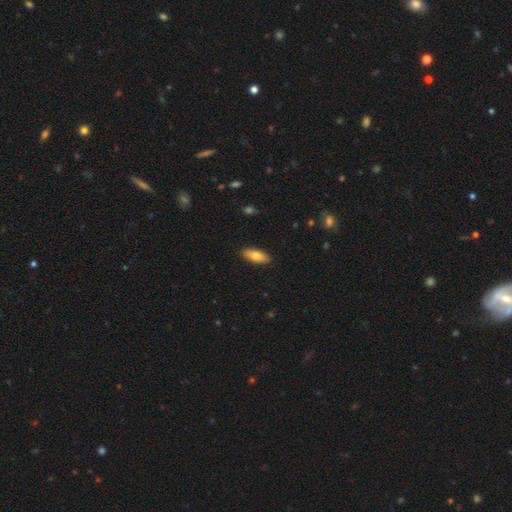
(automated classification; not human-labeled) The model was most divided on "how rounded": in between: 80%, cigar-shaped: 18%, round: 2%. More confident: merging — none (89%); smooth or featured — smooth (78%).